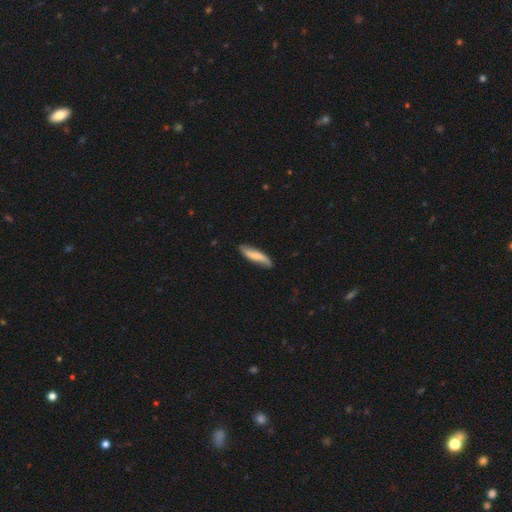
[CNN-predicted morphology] Overall: smooth (56%; featured or disk 38%). How rounded: cigar-shaped (73%). Merging: none (80%).